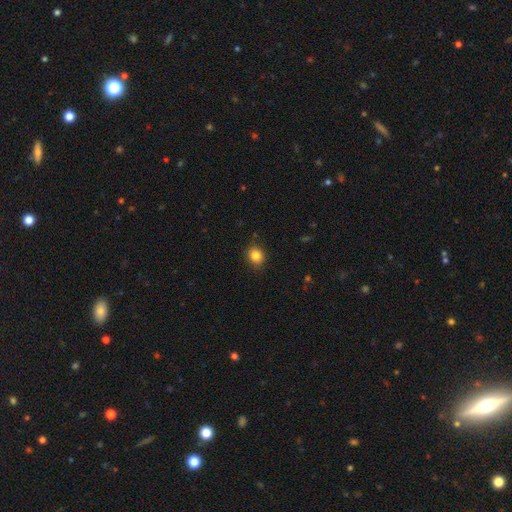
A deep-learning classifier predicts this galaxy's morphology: Smooth or featured? smooth (84%)
How rounded? round (70%)
Merging? none (87%)